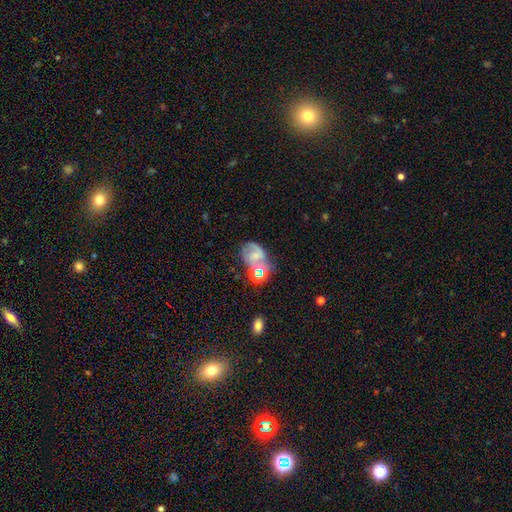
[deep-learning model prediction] Smooth or featured? Predicted: featured or disk (p=0.47). Merging? Predicted: none (p=0.44).